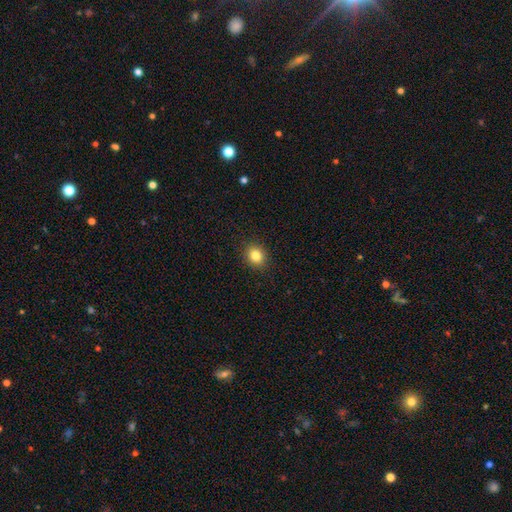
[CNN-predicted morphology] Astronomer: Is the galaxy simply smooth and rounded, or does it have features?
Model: smooth — 83%.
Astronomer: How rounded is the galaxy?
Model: round — 68%.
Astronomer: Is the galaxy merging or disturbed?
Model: none — 91%.